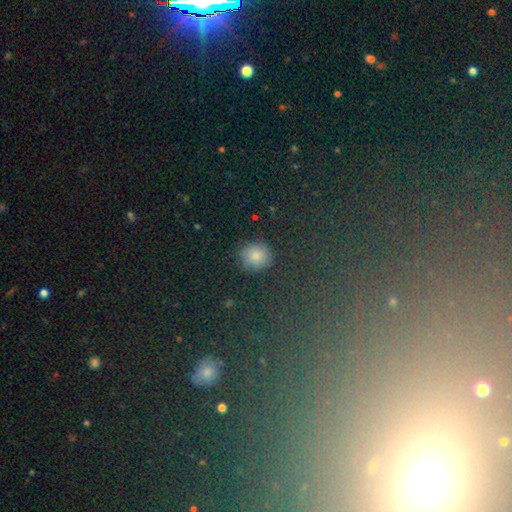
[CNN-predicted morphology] A smooth galaxy with no disk features (75%) that is round (83%). Merging: none (81%).